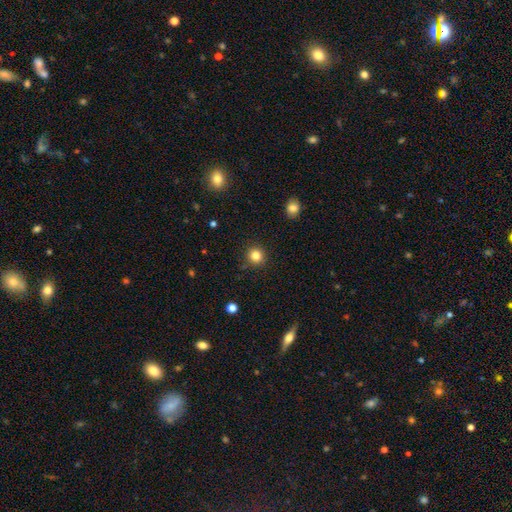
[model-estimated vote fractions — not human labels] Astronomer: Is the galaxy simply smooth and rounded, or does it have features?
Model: smooth — 83%.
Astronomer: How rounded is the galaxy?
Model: round — 93%.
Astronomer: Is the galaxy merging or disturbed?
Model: none — 90%.